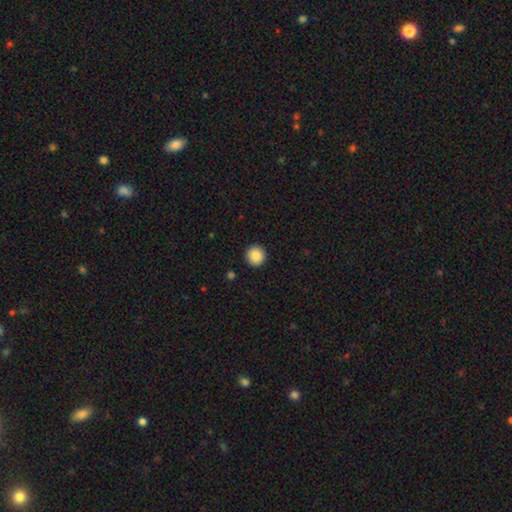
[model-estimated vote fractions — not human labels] The model was most divided on "smooth or featured": smooth: 87%, star or artifact: 9%, featured or disk: 4%. More confident: how rounded — round (96%); merging — none (93%).